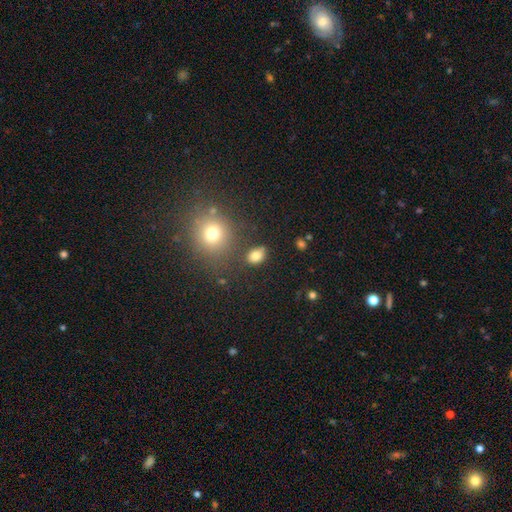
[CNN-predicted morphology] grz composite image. It shows a smooth galaxy with no disk features (81%) that is in between round and cigar-shaped (71%). Merging: none (77%).